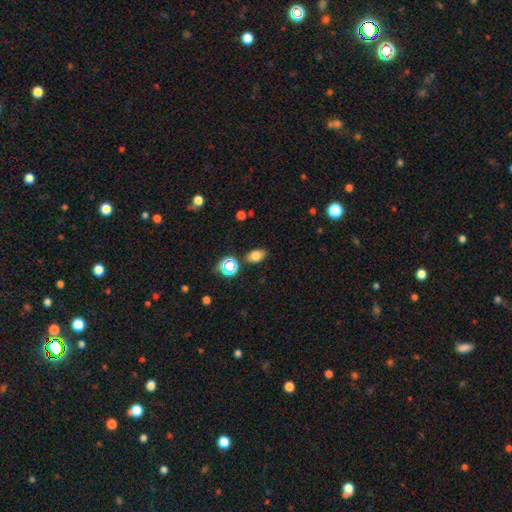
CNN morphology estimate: Smooth or featured?
  - smooth: 75% *
  - star or artifact: 18%
  - featured or disk: 8%
How rounded?
  - in between: 82% *
  - round: 17%
  - cigar-shaped: 2%
Merging?
  - none: 81% *
  - minor disturbance: 13%
  - major disturbance: 3%
  - merger: 3%